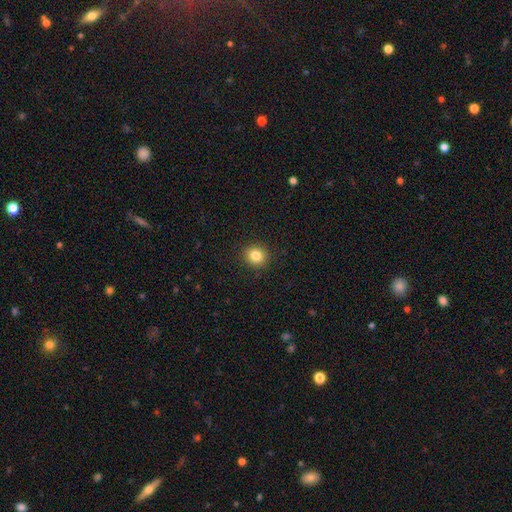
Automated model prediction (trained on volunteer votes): Overall: smooth (83%). How rounded: round (83%). Merging: none (91%).